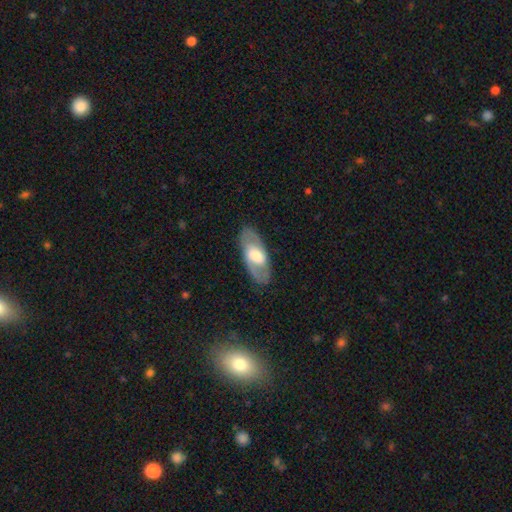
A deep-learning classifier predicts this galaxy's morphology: Smooth or featured? featured or disk (59%)
Edge-on disk? no (85%)
Bar? no (41%)
Spiral arms? yes (61%)
Bulge size? moderate (54%)
Merging? none (84%)